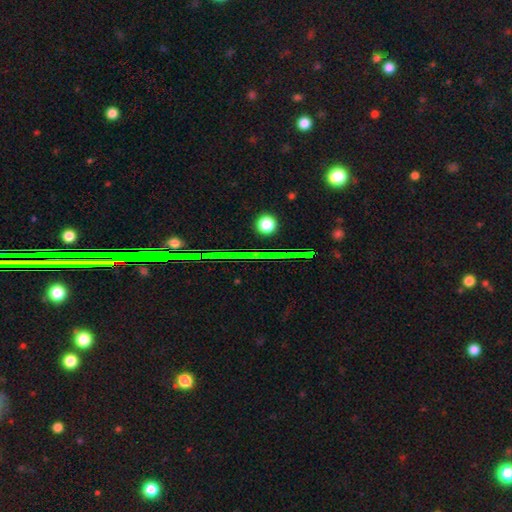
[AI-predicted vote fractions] star or artifact 76%, featured or disk 13%, smooth 12%.